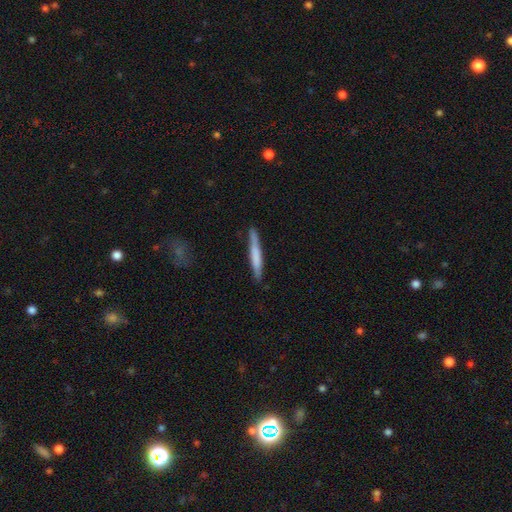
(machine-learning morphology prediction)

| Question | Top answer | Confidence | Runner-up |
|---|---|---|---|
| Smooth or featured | smooth | 64% | featured or disk (31%) |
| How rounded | cigar-shaped | 96% | in between (3%) |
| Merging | none | 85% | minor disturbance (11%) |